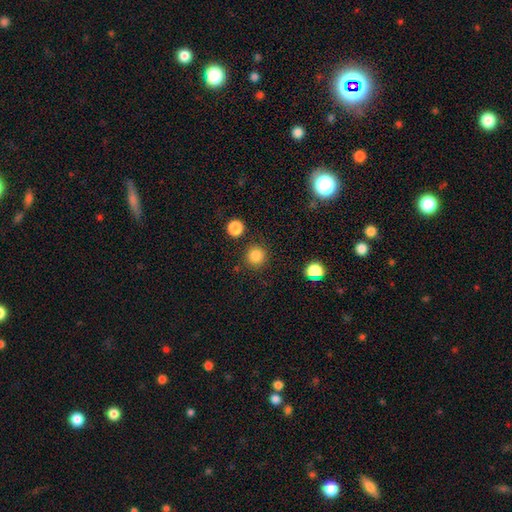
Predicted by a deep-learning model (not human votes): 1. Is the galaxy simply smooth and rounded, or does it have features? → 84% smooth, 12% star or artifact, 4% featured or disk.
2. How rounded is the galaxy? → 94% round, 5% in between, 1% cigar-shaped.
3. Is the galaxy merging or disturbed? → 87% none, 7% minor disturbance, 4% merger, 3% major disturbance.